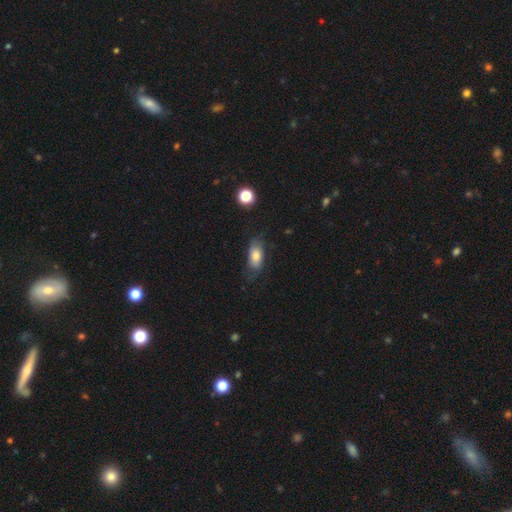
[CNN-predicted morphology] type=smooth (77%); roundness=in between (87%); merging=none (66%).